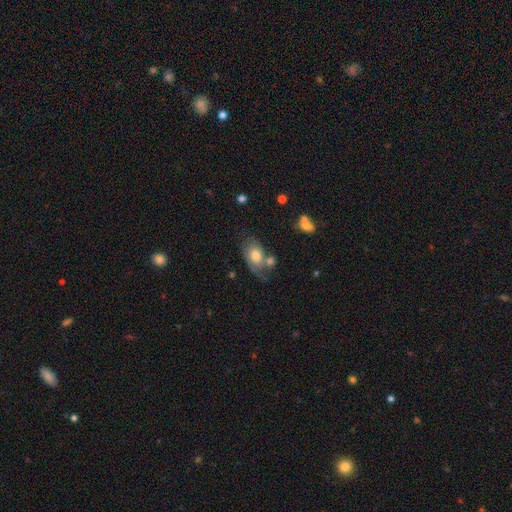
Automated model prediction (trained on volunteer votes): Smooth or featured? smooth (50%)
Merging? none (39%)